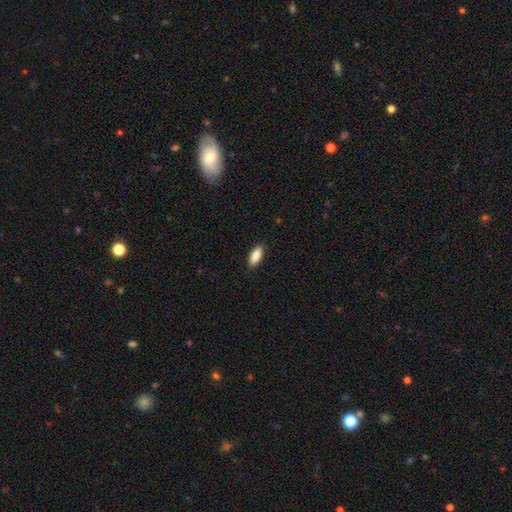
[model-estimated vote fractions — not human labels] A smooth galaxy with no disk features (89%) that is in between round and cigar-shaped (78%).

Vote fractions:
- Smooth or featured? smooth: 89% / star or artifact: 6% / featured or disk: 5%
- How rounded? in between: 78% / cigar-shaped: 20% / round: 2%
- Merging? none: 89% / minor disturbance: 8% / major disturbance: 2% / merger: 1%